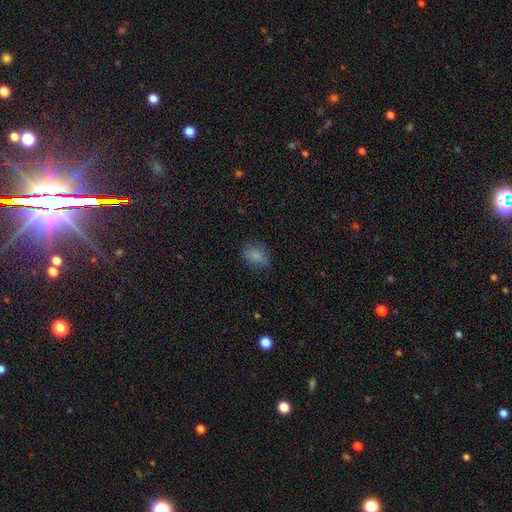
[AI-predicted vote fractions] Smooth or featured: smooth — 83% (star or artifact — 10%)
How rounded: in between — 81% (round — 17%)
Merging: none — 76% (minor disturbance — 18%)